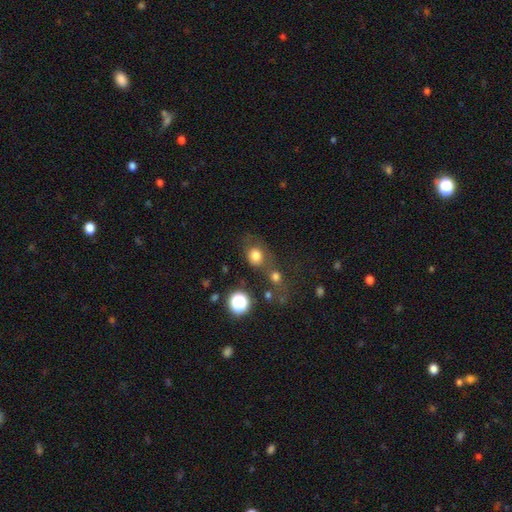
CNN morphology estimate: type=smooth (76%); roundness=round (63%); merging=none (51%).